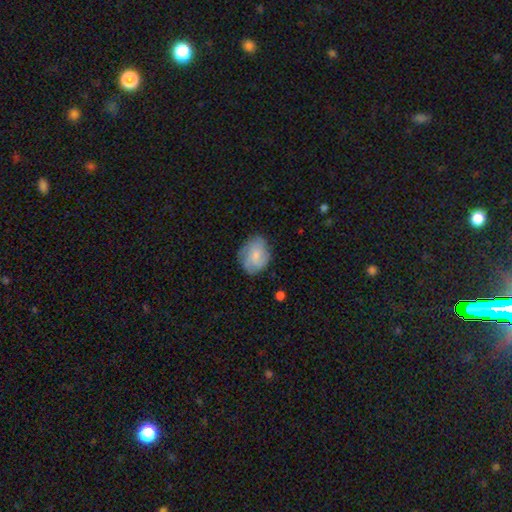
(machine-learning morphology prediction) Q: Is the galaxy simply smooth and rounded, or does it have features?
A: smooth — 50%.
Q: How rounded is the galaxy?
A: in between — 63%.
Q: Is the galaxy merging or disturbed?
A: none — 69%.